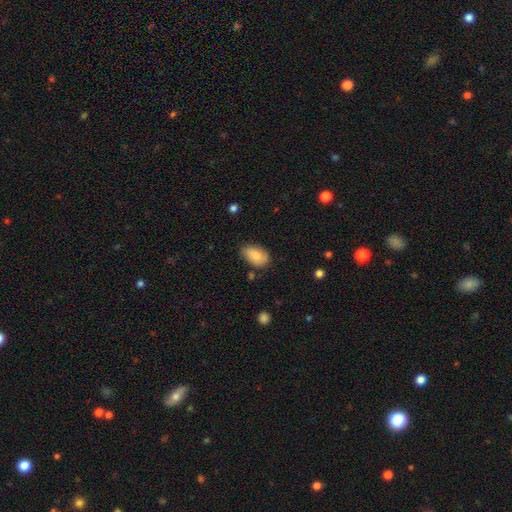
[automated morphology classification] Smooth or featured: smooth — 81% (featured or disk — 12%)
How rounded: in between — 91% (round — 8%)
Merging: none — 67% (minor disturbance — 26%)